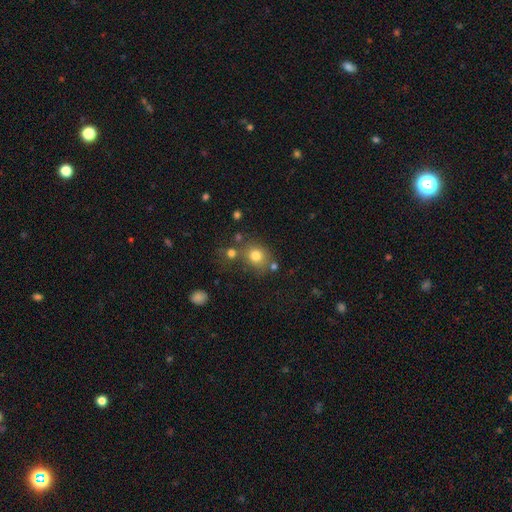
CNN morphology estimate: smooth 76%, star or artifact 14%, featured or disk 10%. Down the decision tree: how rounded — round (73%); merging — none (66%).